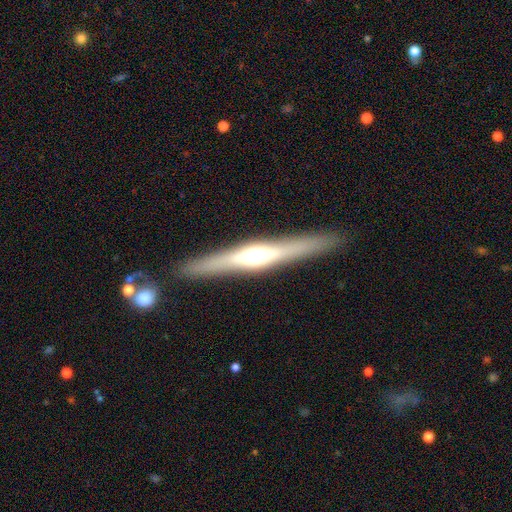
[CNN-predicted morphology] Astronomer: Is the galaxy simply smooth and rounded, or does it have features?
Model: featured or disk — 68%.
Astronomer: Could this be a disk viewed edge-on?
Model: yes — 95%.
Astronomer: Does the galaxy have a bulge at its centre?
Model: rounded — 93%.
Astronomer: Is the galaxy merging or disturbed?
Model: none — 89%.